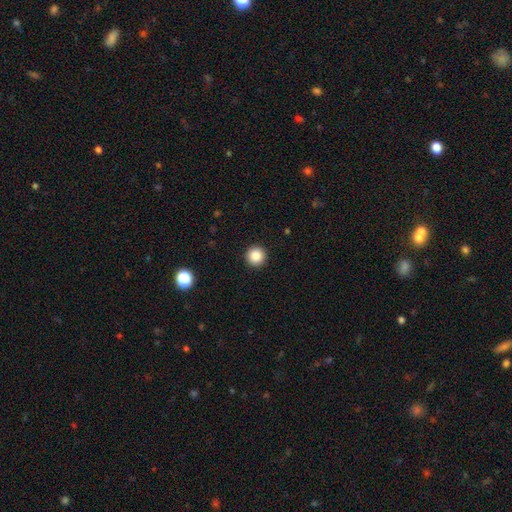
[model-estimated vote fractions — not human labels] A smooth galaxy with no disk features (86%) that is round (96%). Merging: none (93%).